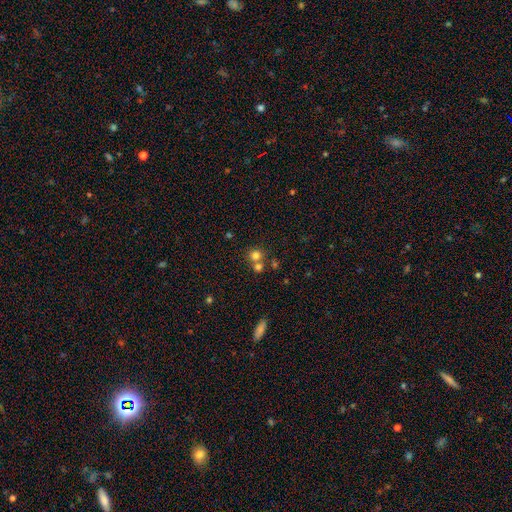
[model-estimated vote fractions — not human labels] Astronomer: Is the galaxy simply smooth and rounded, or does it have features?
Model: smooth — 76%.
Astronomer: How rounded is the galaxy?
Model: round — 87%.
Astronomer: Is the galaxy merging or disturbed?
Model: none — 53% (runner-up: merger, 38%).